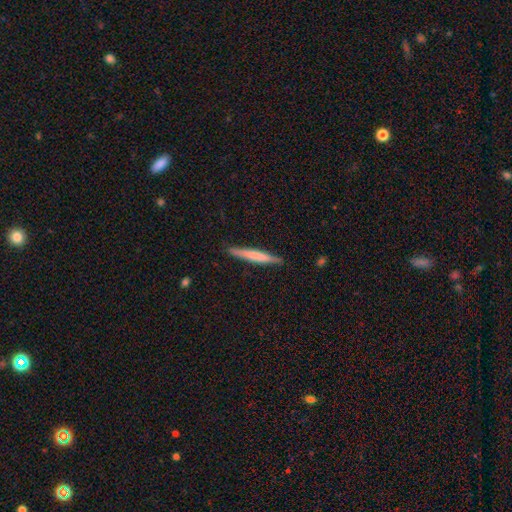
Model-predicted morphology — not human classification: smooth-or-featured: smooth: 61% | featured or disk: 34% | star or artifact: 5%
  how-rounded: cigar-shaped: 96% | in between: 3% | round: 1%
  merging: none: 88% | minor disturbance: 9% | major disturbance: 2% | merger: 1%